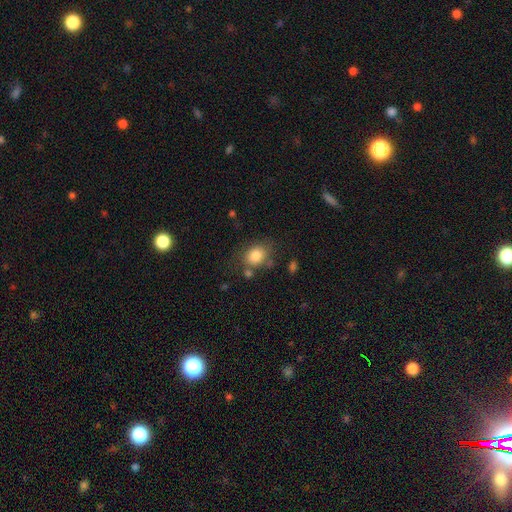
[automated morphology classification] A smooth galaxy with no disk features (81%) that is in between round and cigar-shaped (50%).

Vote fractions:
- Smooth or featured? smooth: 81% / star or artifact: 9% / featured or disk: 9%
- How rounded? in between: 50% / round: 49% / cigar-shaped: 1%
- Merging? none: 67% / minor disturbance: 18% / merger: 8% / major disturbance: 7%